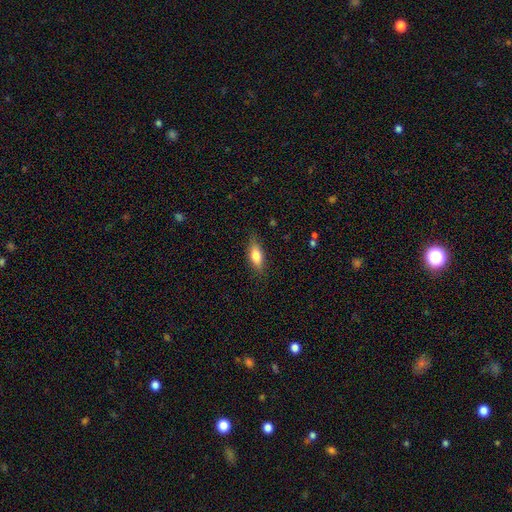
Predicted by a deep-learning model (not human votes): Smooth or featured?
  - smooth: 71% *
  - featured or disk: 22%
  - star or artifact: 7%
How rounded?
  - in between: 71% *
  - cigar-shaped: 25%
  - round: 4%
Merging?
  - none: 81% *
  - minor disturbance: 15%
  - major disturbance: 3%
  - merger: 1%